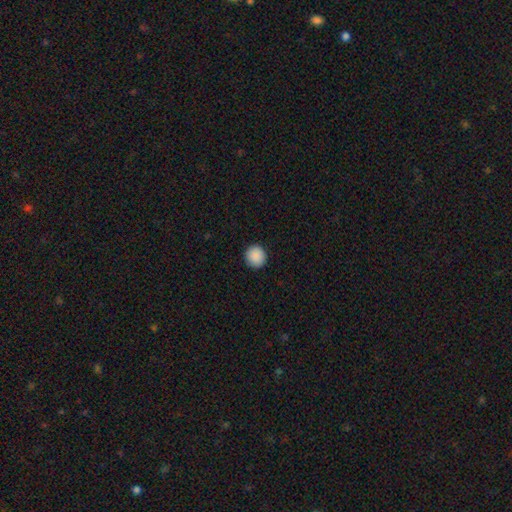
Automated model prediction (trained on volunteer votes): Overall: smooth (90%). How rounded: round (93%). Merging: none (92%).